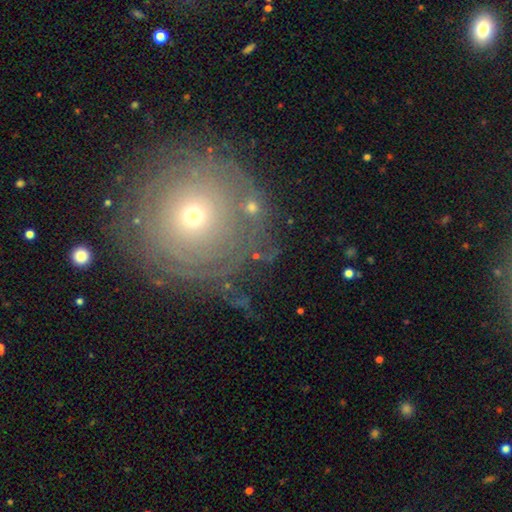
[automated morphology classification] Smooth or featured?
  - featured or disk: 60% *
  - smooth: 25%
  - star or artifact: 15%
Edge-on disk?
  - no: 96% *
  - yes: 4%
Bar?
  - no: 83% *
  - weak: 12%
  - strong: 5%
Spiral arms?
  - yes: 74% *
  - no: 26%
Bulge size?
  - small: 54% *
  - moderate: 39%
  - large: 3%
  - dominant: 2%
  - none: 2%
Merging?
  - none: 75% *
  - minor disturbance: 13%
  - major disturbance: 8%
  - merger: 4%